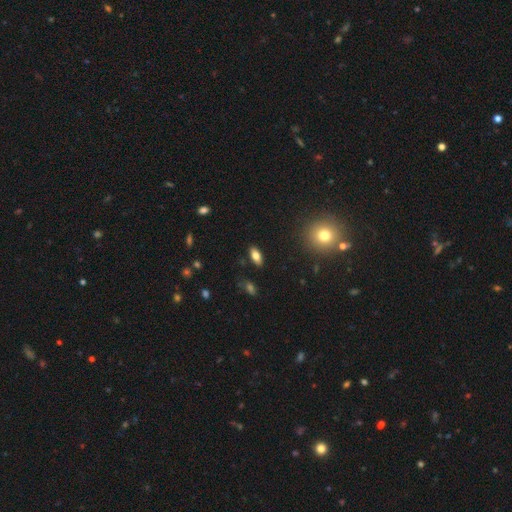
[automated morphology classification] Smooth or featured?
  - smooth: 76% *
  - featured or disk: 15%
  - star or artifact: 9%
How rounded?
  - in between: 87% *
  - cigar-shaped: 9%
  - round: 4%
Merging?
  - none: 87% *
  - minor disturbance: 9%
  - major disturbance: 2%
  - merger: 1%